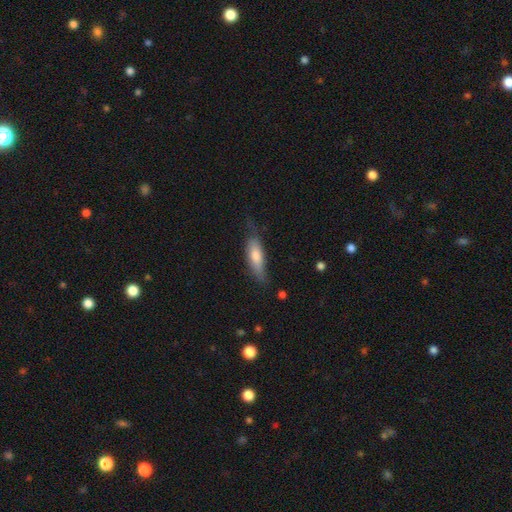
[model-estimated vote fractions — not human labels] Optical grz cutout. It shows a smooth galaxy with no disk features (69%) that is in between round and cigar-shaped (53%). Merging: none (59%).